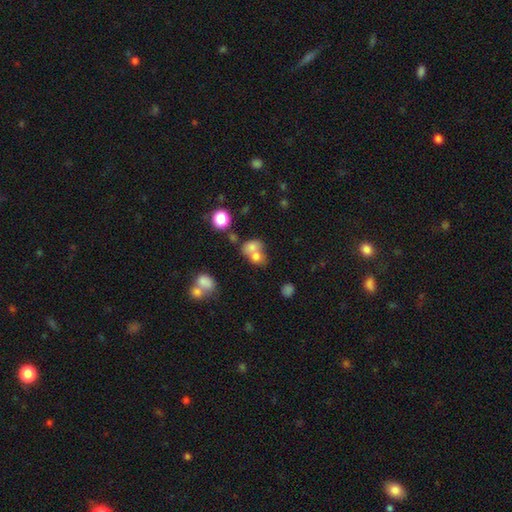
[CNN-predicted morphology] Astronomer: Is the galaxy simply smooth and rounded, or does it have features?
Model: smooth — 70%.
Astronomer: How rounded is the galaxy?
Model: round — 60% (runner-up: in between, 39%).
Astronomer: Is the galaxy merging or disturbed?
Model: merger — 61%.